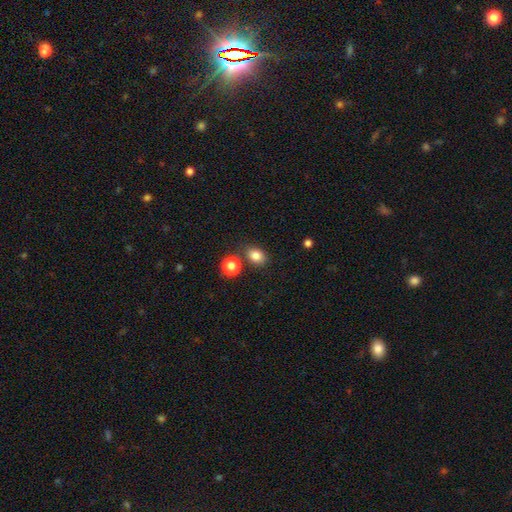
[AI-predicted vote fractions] Overall: smooth (82%). How rounded: in between (59%; round 40%). Merging: none (74%).